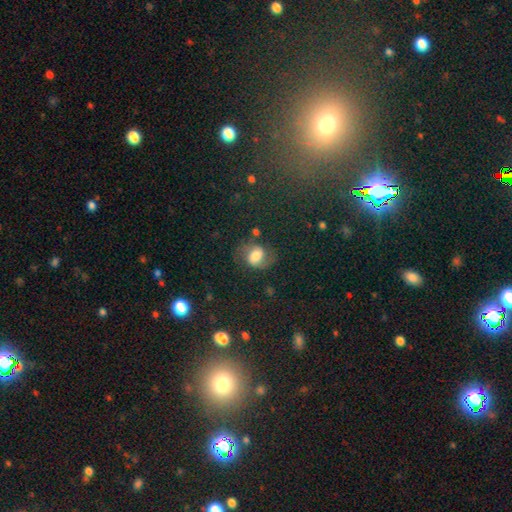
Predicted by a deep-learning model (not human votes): Morphology: type=smooth (43%, tied with featured or disk); merging=none (64%).